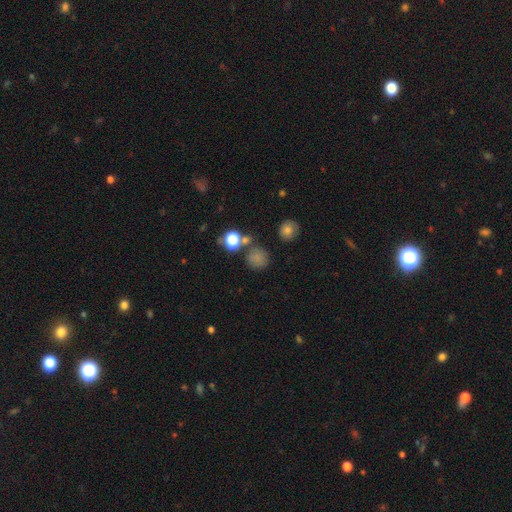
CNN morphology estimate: A smooth galaxy with no disk features (60%) that is round (88%). Merging: none (74%).